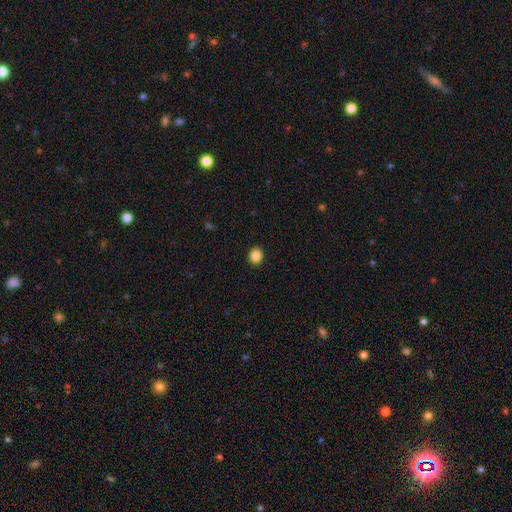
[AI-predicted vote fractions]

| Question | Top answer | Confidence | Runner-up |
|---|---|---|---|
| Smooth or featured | smooth | 87% | star or artifact (10%) |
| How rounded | round | 71% | in between (28%) |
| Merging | none | 92% | minor disturbance (5%) |